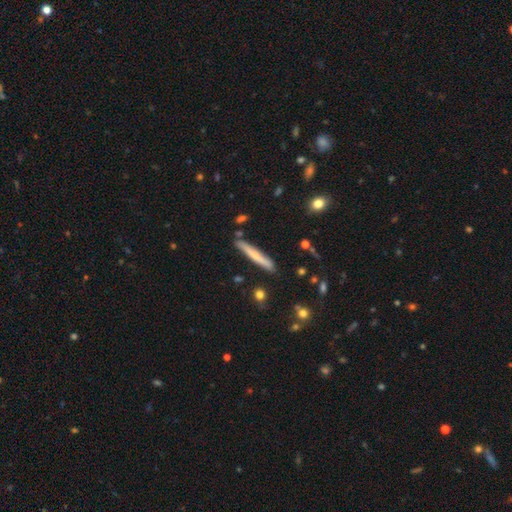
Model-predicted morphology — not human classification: Q: Smooth or featured?
A: smooth (51%); runner-up: featured or disk (42%)
Q: How rounded?
A: cigar-shaped (95%); runner-up: in between (4%)
Q: Merging?
A: none (86%); runner-up: minor disturbance (10%)